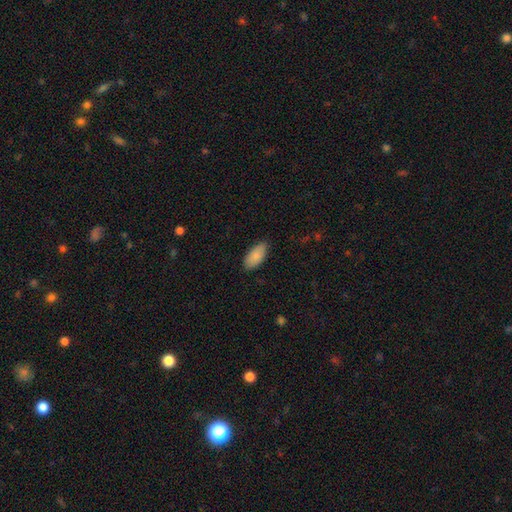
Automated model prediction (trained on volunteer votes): Smooth or featured: smooth — 86% (featured or disk — 8%)
How rounded: in between — 92% (cigar-shaped — 6%)
Merging: none — 84% (minor disturbance — 13%)